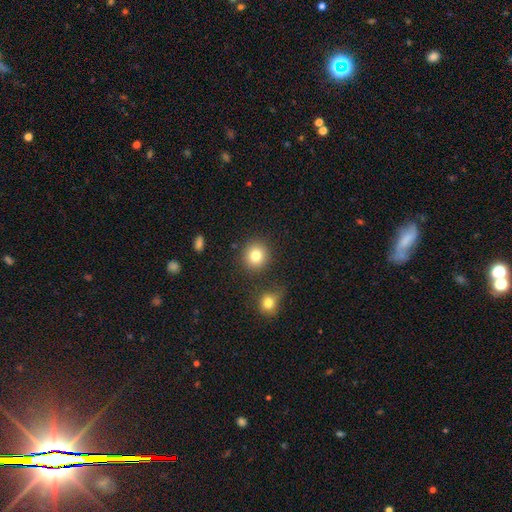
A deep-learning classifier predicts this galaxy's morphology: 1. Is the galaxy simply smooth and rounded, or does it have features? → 82% smooth, 11% star or artifact, 7% featured or disk.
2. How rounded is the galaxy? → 88% round, 11% in between, 1% cigar-shaped.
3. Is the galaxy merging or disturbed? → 82% none, 8% minor disturbance, 7% merger, 3% major disturbance.